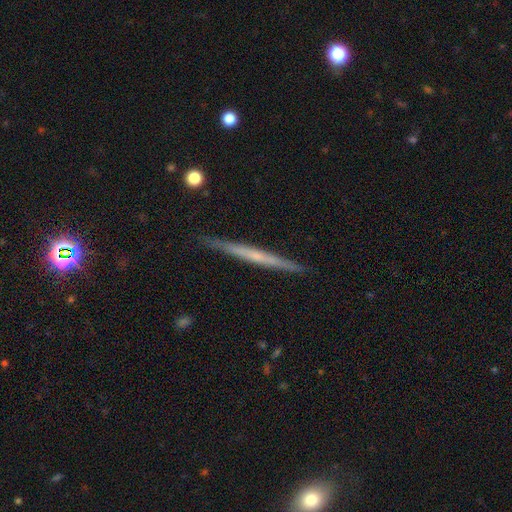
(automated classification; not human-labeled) A featured or disk galaxy (60%) viewed edge-on (98%) with no central bulge (74%).

Vote fractions:
- Smooth or featured? featured or disk: 60% / smooth: 34% / star or artifact: 6%
- Edge-on disk? yes: 98% / no: 2%
- Edge-on bulge? none: 74% / rounded: 20% / boxy: 5%
- Merging? none: 89% / minor disturbance: 8% / major disturbance: 1% / merger: 1%